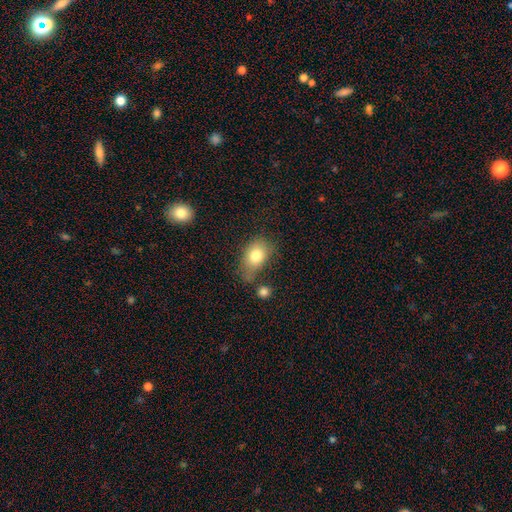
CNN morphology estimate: This is likely a smooth galaxy (78%). How rounded: likely in between (77%). Merging: possibly none (45%).